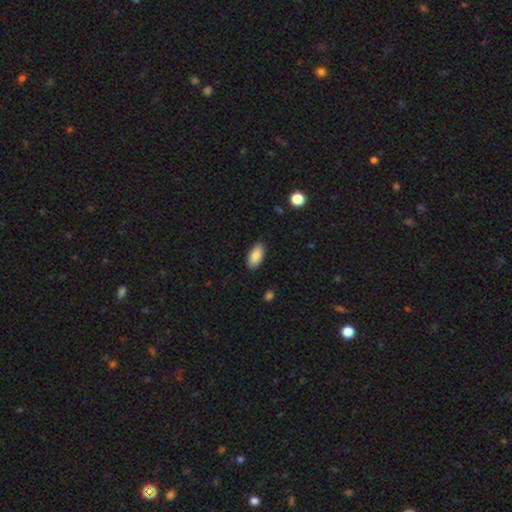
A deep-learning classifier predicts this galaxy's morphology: Q: Smooth or featured?
A: smooth (88%); runner-up: star or artifact (7%)
Q: How rounded?
A: in between (93%); runner-up: cigar-shaped (4%)
Q: Merging?
A: none (87%); runner-up: minor disturbance (10%)